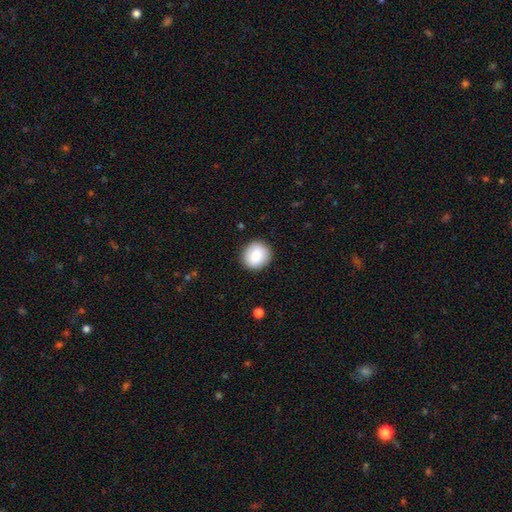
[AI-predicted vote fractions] Smooth or featured? Predicted: smooth (p=0.83). How rounded? Predicted: round (p=0.88). Merging? Predicted: none (p=0.90).